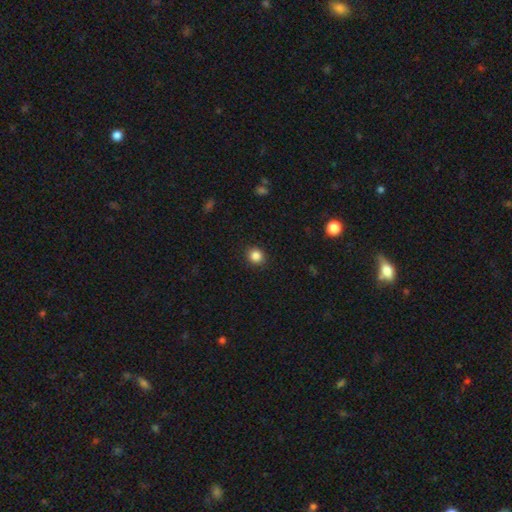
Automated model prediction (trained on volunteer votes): Smooth or featured?
  - smooth: 85% *
  - star or artifact: 11%
  - featured or disk: 4%
How rounded?
  - round: 83% *
  - in between: 16%
  - cigar-shaped: 1%
Merging?
  - none: 91% *
  - minor disturbance: 6%
  - major disturbance: 2%
  - merger: 1%